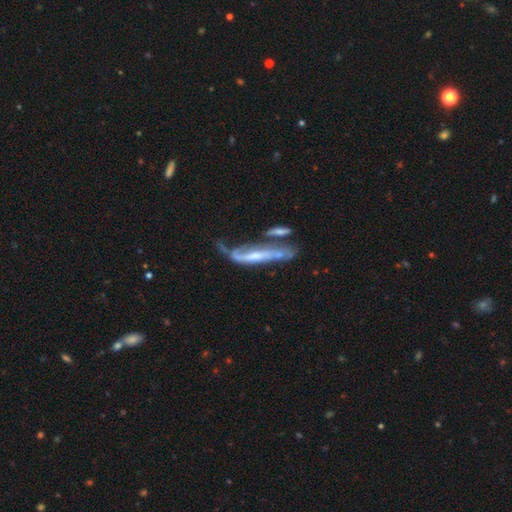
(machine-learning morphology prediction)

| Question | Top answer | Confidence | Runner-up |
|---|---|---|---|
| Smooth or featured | featured or disk | 70% | smooth (22%) |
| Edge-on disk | no | 50% | tied: yes (50%) |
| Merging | merger | 30% | none (27%) |